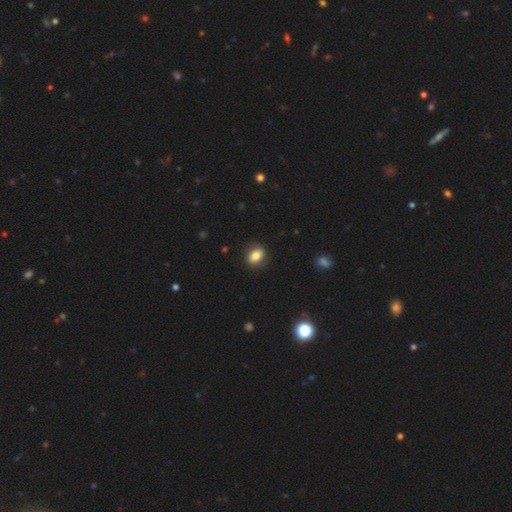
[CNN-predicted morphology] smooth-or-featured: smooth: 82% | featured or disk: 9% | star or artifact: 9%
  how-rounded: in between: 72% | round: 26% | cigar-shaped: 2%
  merging: none: 84% | minor disturbance: 12% | major disturbance: 3% | merger: 1%